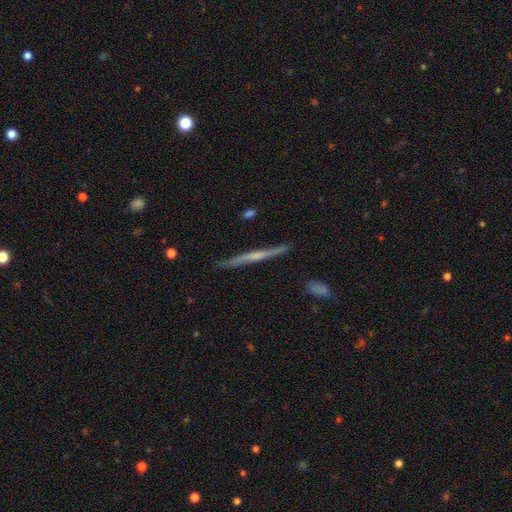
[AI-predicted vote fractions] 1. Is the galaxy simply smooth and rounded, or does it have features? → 64% featured or disk, 30% smooth, 6% star or artifact.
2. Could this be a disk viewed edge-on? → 97% yes, 3% no.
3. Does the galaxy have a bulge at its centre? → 56% none, 35% rounded, 10% boxy.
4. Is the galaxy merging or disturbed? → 89% none, 8% minor disturbance, 2% major disturbance, 1% merger.